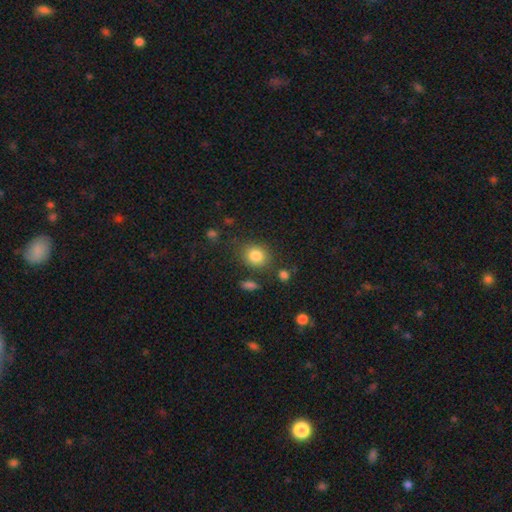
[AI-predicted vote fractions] Morphology: type=smooth (84%); roundness=round (66%); merging=none (77%).